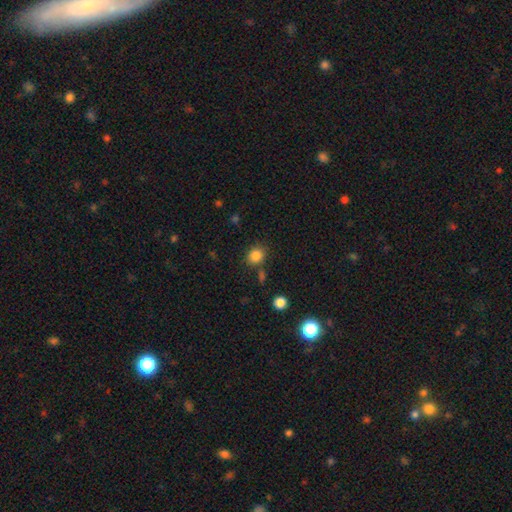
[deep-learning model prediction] This is clearly a smooth galaxy (84%). How rounded: likely round (69%). Merging: likely none (78%).